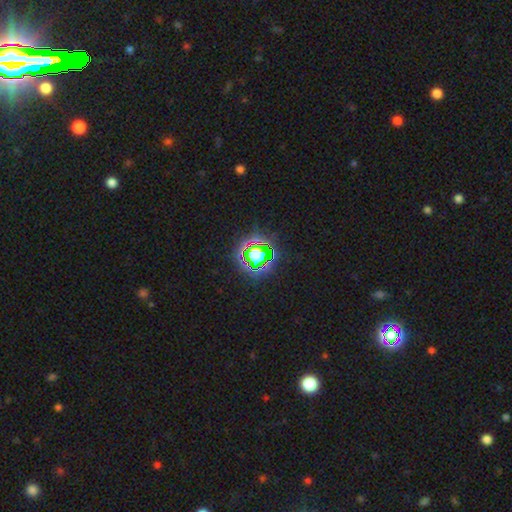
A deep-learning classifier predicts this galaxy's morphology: This is likely a star or artifact rather than a galaxy (68%).